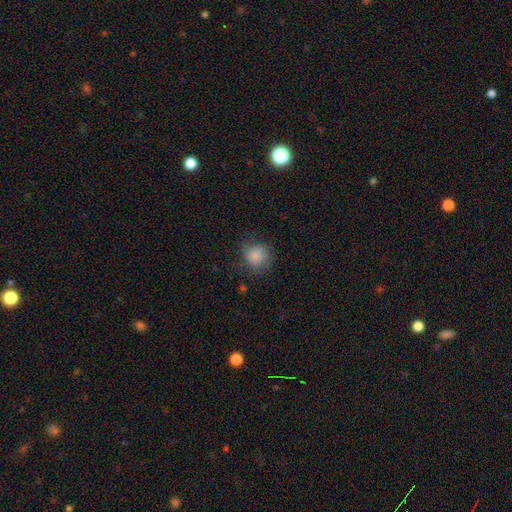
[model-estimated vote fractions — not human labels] smooth-or-featured: smooth: 82% | star or artifact: 9% | featured or disk: 9%
  how-rounded: round: 86% | in between: 13% | cigar-shaped: 1%
  merging: none: 67% | minor disturbance: 21% | major disturbance: 10% | merger: 1%